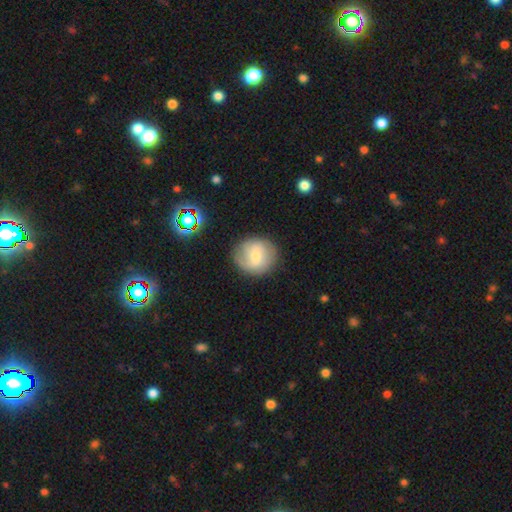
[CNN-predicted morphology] Smooth or featured: smooth — 52% (featured or disk — 39%)
How rounded: round — 88% (in between — 11%)
Merging: none — 81% (minor disturbance — 13%)